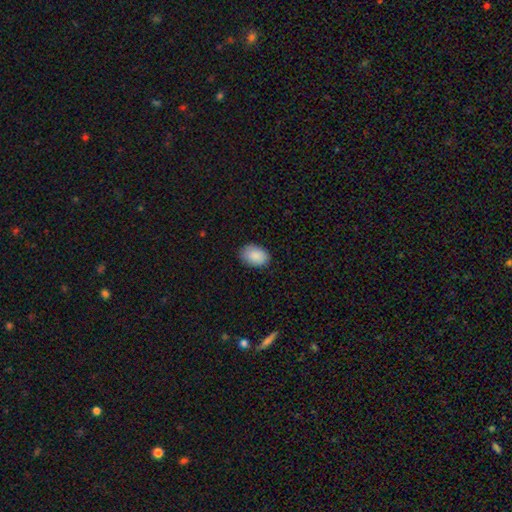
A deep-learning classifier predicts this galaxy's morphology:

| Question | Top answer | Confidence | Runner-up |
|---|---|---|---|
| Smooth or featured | smooth | 89% | star or artifact (6%) |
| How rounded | in between | 84% | round (15%) |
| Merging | none | 85% | minor disturbance (11%) |